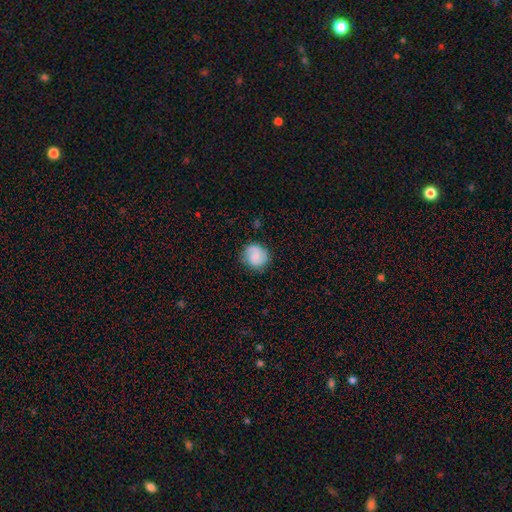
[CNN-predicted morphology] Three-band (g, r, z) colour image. It shows a smooth galaxy with no disk features (62%) that is round (86%). Merging: none (78%).